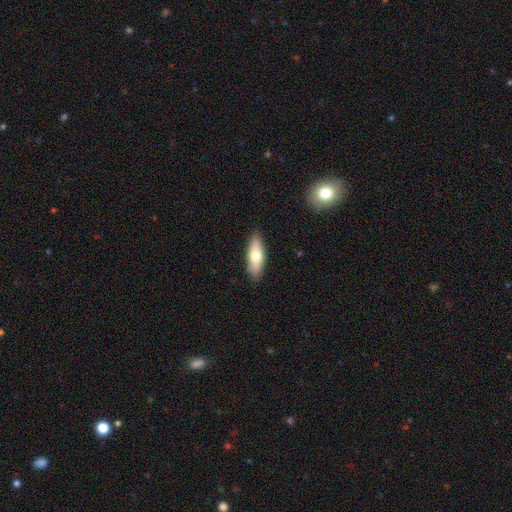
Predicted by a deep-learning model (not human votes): A smooth galaxy with no disk features (68%) that is in between round and cigar-shaped (59%).

Vote fractions:
- Smooth or featured? smooth: 68% / featured or disk: 26% / star or artifact: 6%
- How rounded? in between: 59% / cigar-shaped: 38% / round: 2%
- Merging? none: 88% / minor disturbance: 9% / major disturbance: 2% / merger: 1%